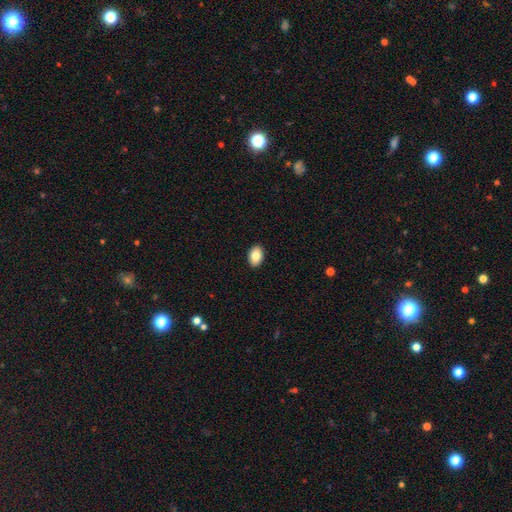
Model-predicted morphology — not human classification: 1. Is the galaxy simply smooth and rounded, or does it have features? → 84% smooth, 9% featured or disk, 7% star or artifact.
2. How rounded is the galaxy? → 86% in between, 13% round, 1% cigar-shaped.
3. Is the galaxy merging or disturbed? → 91% none, 6% minor disturbance, 2% major disturbance, 1% merger.